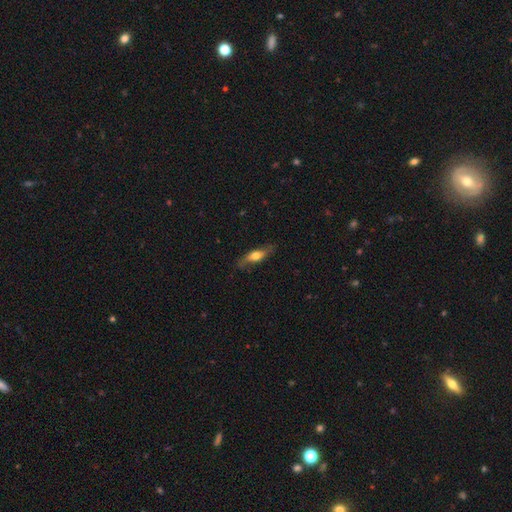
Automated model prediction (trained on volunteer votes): A smooth galaxy with no disk features (49%). Merging: none (77%).